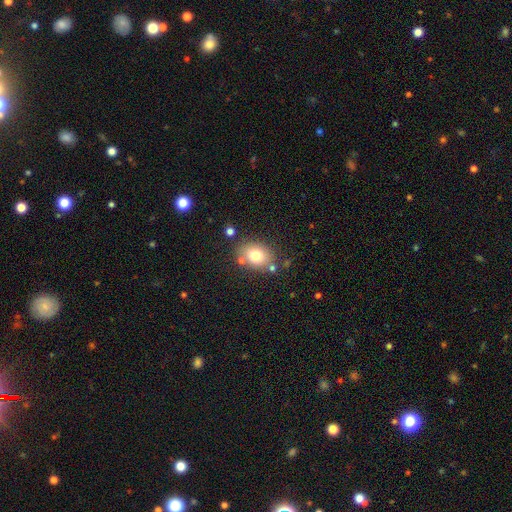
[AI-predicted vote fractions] Smooth or featured? Predicted: smooth (p=0.76). How rounded? Predicted: in between (p=0.59). Merging? Predicted: none (p=0.75).